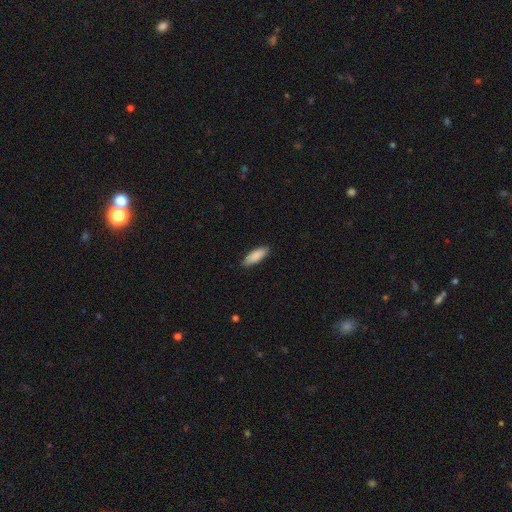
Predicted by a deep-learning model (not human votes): This is clearly a smooth galaxy (89%). How rounded: likely in between (63%). Merging: clearly none (87%).